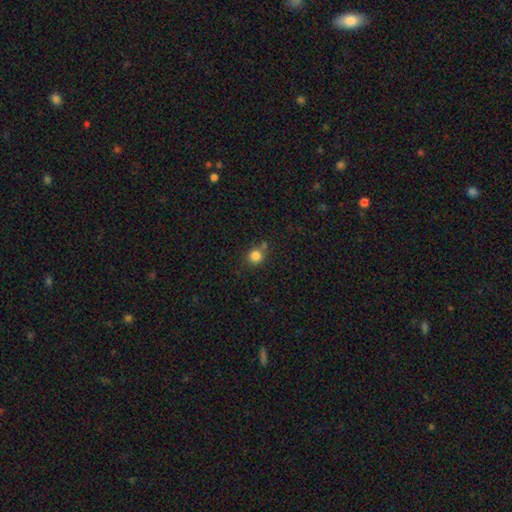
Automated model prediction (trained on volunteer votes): smooth-or-featured: smooth: 83% | star or artifact: 12% | featured or disk: 5%
  how-rounded: round: 90% | in between: 9% | cigar-shaped: 1%
  merging: none: 70% | merger: 16% | minor disturbance: 11% | major disturbance: 3%